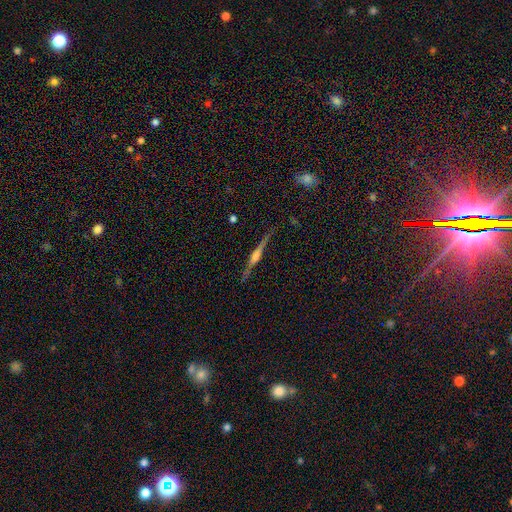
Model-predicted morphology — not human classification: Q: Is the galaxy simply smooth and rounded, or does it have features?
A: featured or disk — 76%.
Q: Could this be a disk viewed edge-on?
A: yes — 97%.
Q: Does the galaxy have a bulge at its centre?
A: rounded — 64%.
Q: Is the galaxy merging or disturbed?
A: none — 84%.